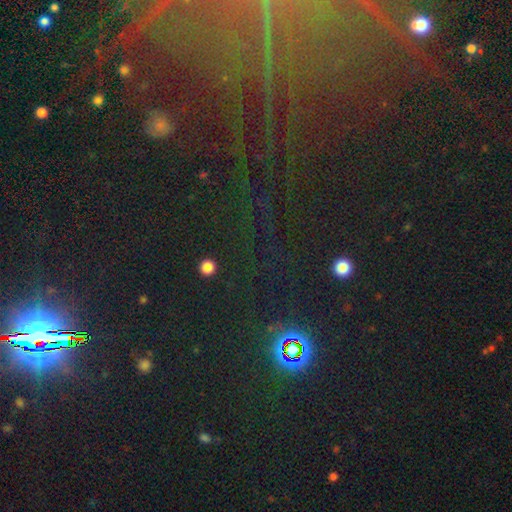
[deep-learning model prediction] Q: Smooth or featured?
A: star or artifact (77%); runner-up: smooth (15%)